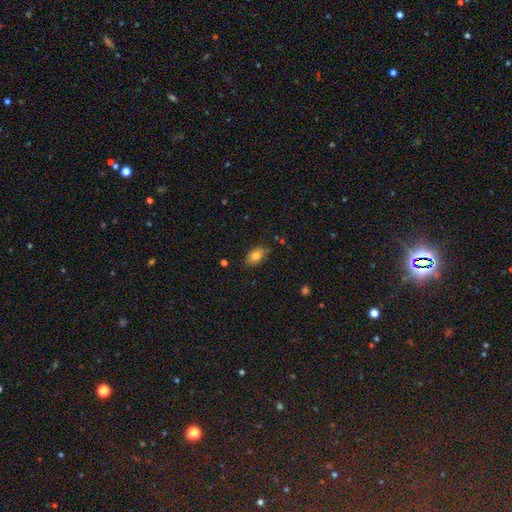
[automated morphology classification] Q: Smooth or featured?
A: smooth (80%); runner-up: featured or disk (11%)
Q: How rounded?
A: in between (87%); runner-up: round (11%)
Q: Merging?
A: none (75%); runner-up: minor disturbance (20%)